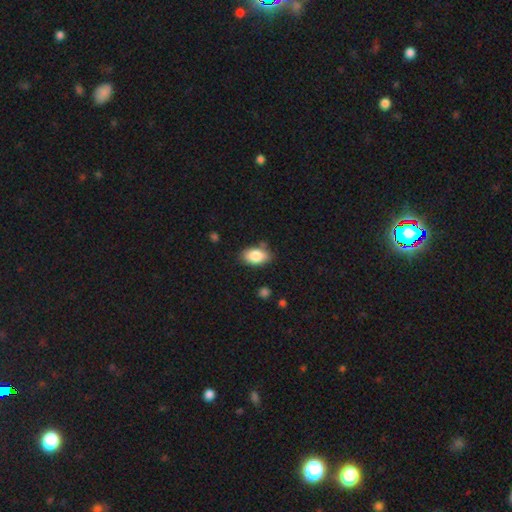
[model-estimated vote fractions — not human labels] This is clearly a smooth galaxy (85%). How rounded: clearly in between (91%). Merging: likely none (77%).